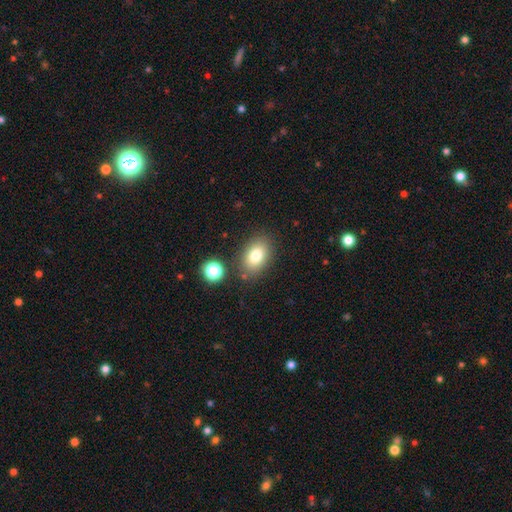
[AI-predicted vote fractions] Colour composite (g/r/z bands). It shows a smooth galaxy with no disk features (79%) that is in between round and cigar-shaped (82%). Merging: none (80%).